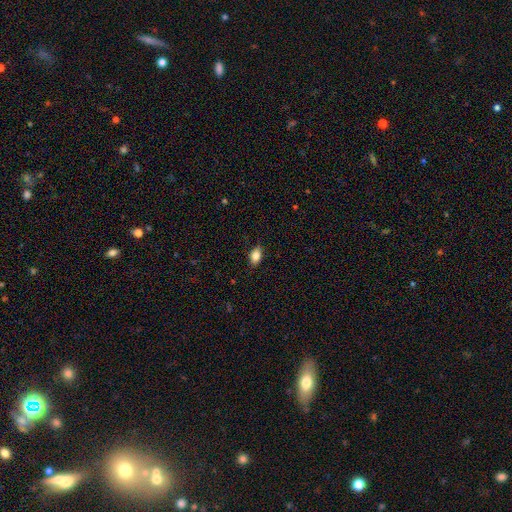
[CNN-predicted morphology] This is clearly a smooth galaxy (83%). How rounded: clearly in between (86%). Merging: clearly none (84%).